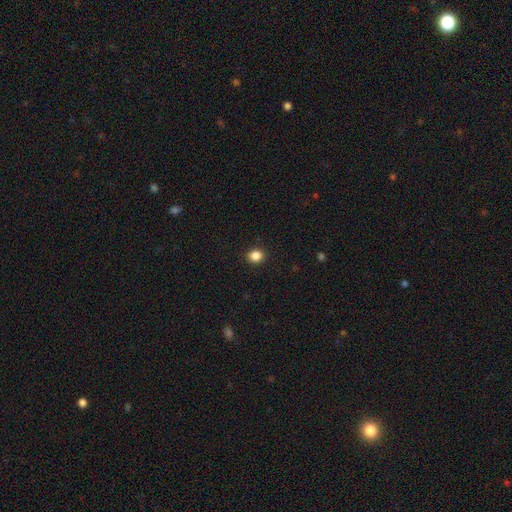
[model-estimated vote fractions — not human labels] smooth_or_featured: smooth (p=0.86) [alt: star or artifact p=0.11]
how_rounded: round (p=0.78) [alt: in between p=0.21]
merging: none (p=0.92) [alt: minor disturbance p=0.05]